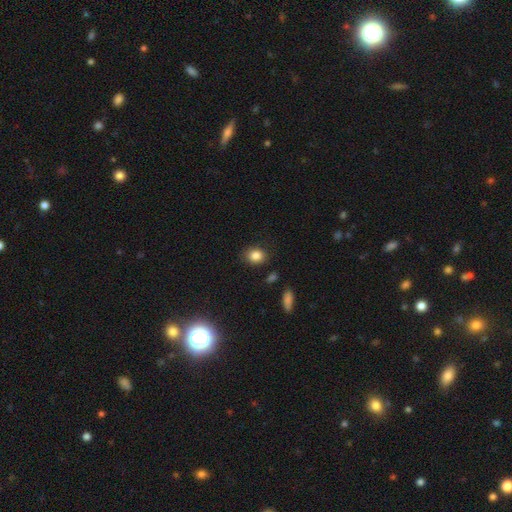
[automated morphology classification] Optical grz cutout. It shows a smooth galaxy with no disk features (84%) that is round (54%). Merging: none (84%).